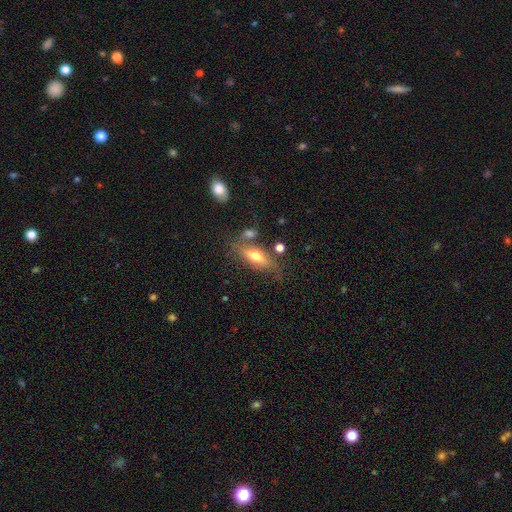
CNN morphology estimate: smooth-or-featured: smooth: 50% | featured or disk: 42% | star or artifact: 8%
  how-rounded: in between: 63% | cigar-shaped: 32% | round: 5%
  merging: none: 60% | minor disturbance: 19% | merger: 12% | major disturbance: 9%